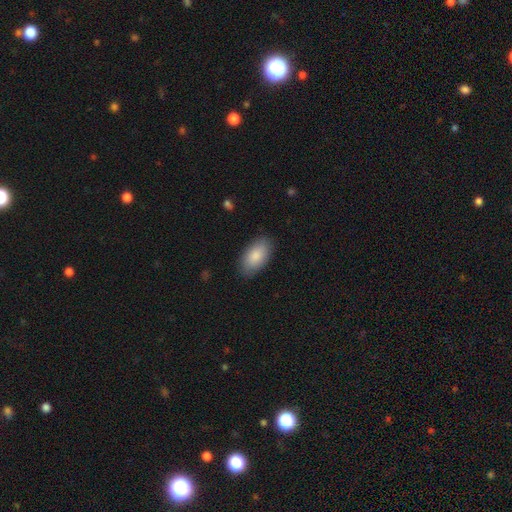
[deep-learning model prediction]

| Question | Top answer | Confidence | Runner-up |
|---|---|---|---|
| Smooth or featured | smooth | 86% | featured or disk (8%) |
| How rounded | in between | 94% | round (3%) |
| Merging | none | 86% | minor disturbance (11%) |